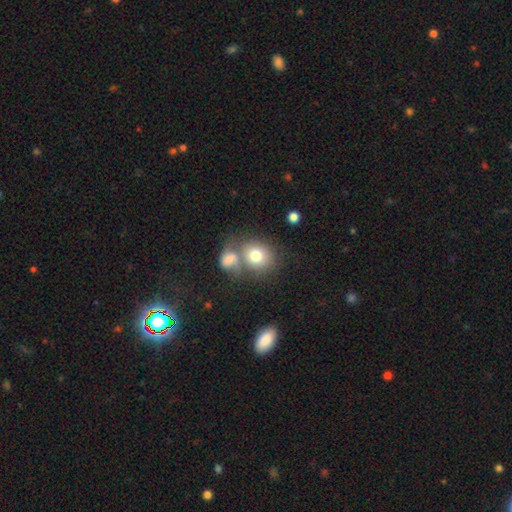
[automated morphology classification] smooth-or-featured: smooth: 77% | featured or disk: 14% | star or artifact: 9%
  how-rounded: round: 70% | in between: 29% | cigar-shaped: 1%
  merging: none: 41% (tied) | merger: 41% (tied) | minor disturbance: 11% | major disturbance: 7%